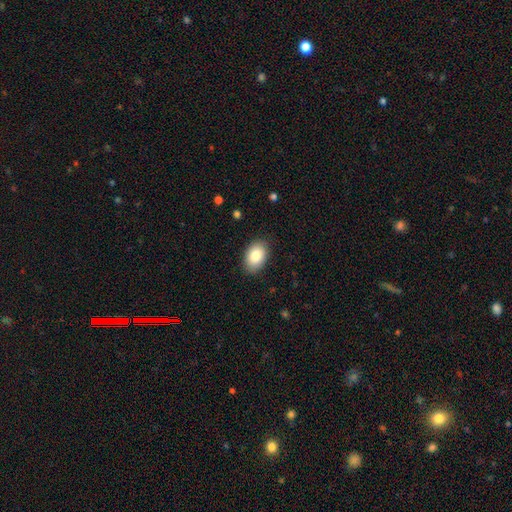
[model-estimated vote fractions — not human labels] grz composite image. It shows a smooth galaxy with no disk features (84%) that is in between round and cigar-shaped (88%). Merging: none (87%).